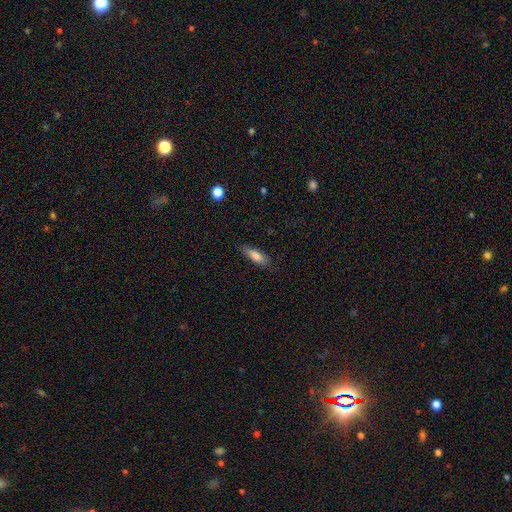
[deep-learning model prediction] A smooth galaxy with no disk features (81%) that is in between round and cigar-shaped (52%).

Vote fractions:
- Smooth or featured? smooth: 81% / featured or disk: 12% / star or artifact: 7%
- How rounded? in between: 52% / cigar-shaped: 46% / round: 2%
- Merging? none: 81% / minor disturbance: 14% / major disturbance: 3% / merger: 1%